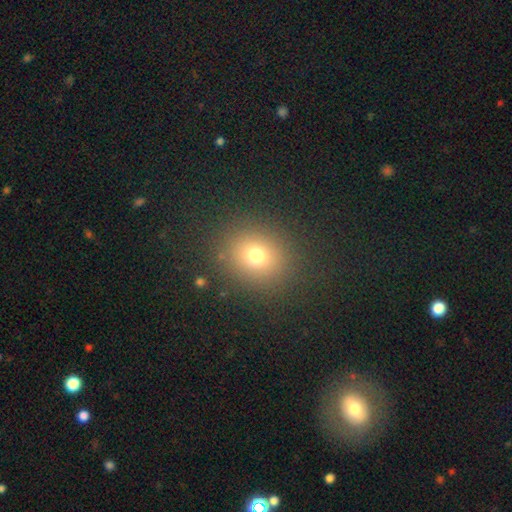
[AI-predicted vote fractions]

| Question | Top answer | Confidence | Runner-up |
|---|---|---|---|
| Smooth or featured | smooth | 71% | star or artifact (19%) |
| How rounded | round | 77% | in between (22%) |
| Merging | none | 86% | minor disturbance (8%) |